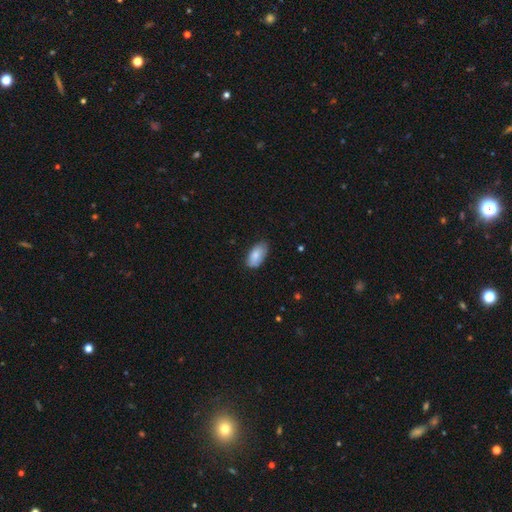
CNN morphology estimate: This is clearly a smooth galaxy (83%). How rounded: clearly in between (94%). Merging: likely none (77%).